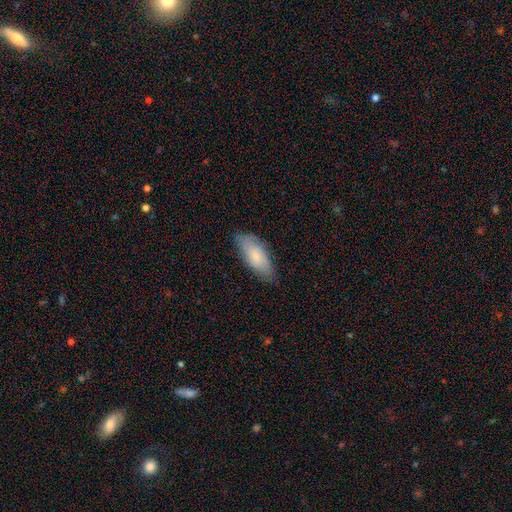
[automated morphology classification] smooth 75%, featured or disk 19%, star or artifact 6%. Down the decision tree: how rounded — in between (79%); merging — none (79%).